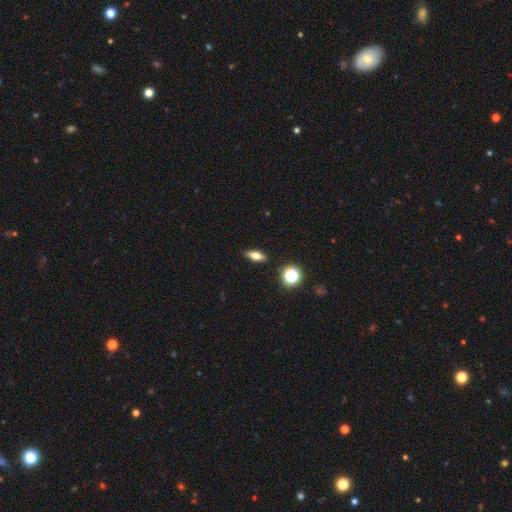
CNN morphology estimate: smooth 59%, featured or disk 30%, star or artifact 12%. Down the decision tree: how rounded — in between (67%); merging — none (89%).